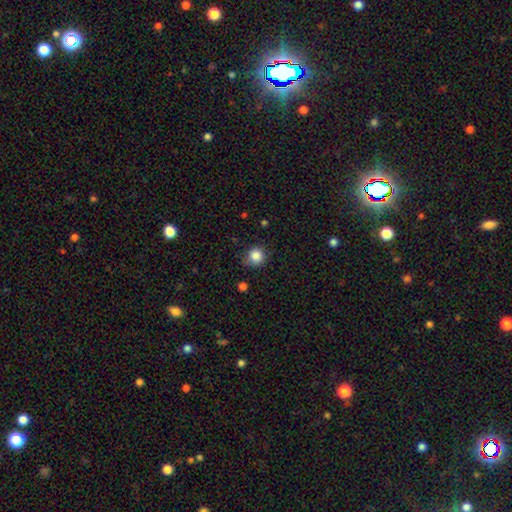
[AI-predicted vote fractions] smooth 86%, star or artifact 10%, featured or disk 4%. Down the decision tree: how rounded — round (87%); merging — none (73%).